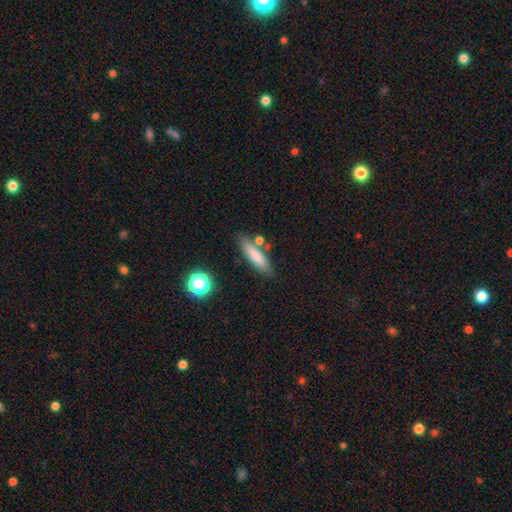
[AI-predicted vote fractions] This appears to be a smooth galaxy with no disk features (77%) that is cigar-shaped (69%). Merging: none (72%).